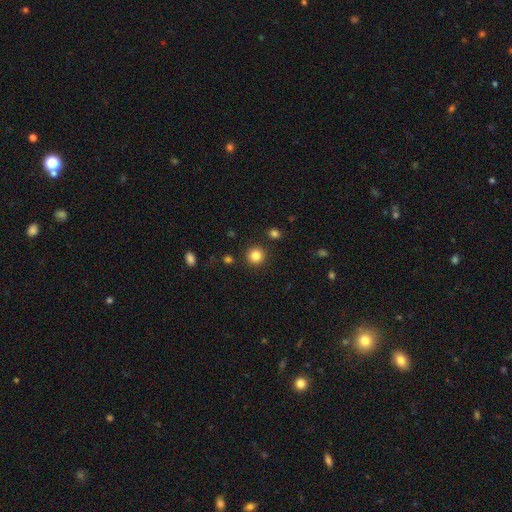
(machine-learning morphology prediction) Q: Smooth or featured?
A: smooth (84%); runner-up: star or artifact (11%)
Q: How rounded?
A: round (93%); runner-up: in between (6%)
Q: Merging?
A: none (90%); runner-up: minor disturbance (5%)